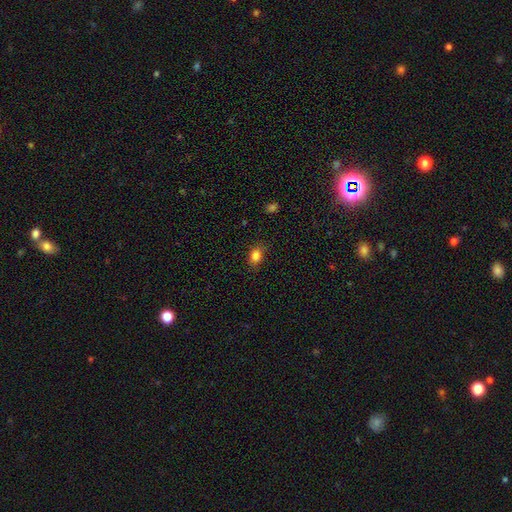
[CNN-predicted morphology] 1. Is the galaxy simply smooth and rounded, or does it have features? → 84% smooth, 11% star or artifact, 5% featured or disk.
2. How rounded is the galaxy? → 68% in between, 30% round, 2% cigar-shaped.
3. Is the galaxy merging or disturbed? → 81% none, 15% minor disturbance, 3% major disturbance, 1% merger.